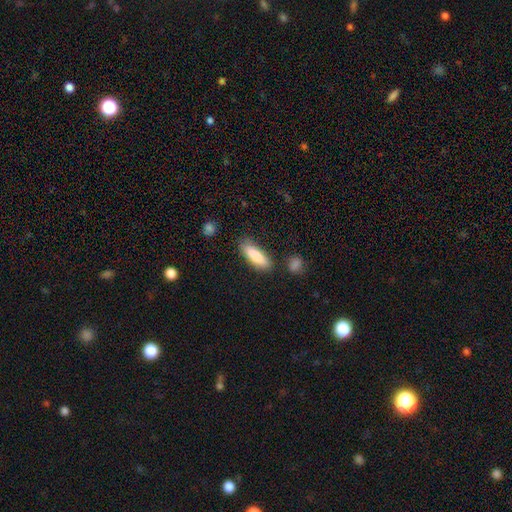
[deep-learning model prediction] Morphology: type=smooth (81%); roundness=in between (50%); merging=none (80%).